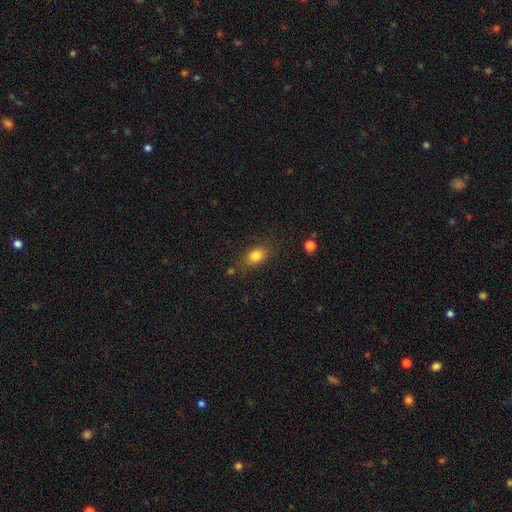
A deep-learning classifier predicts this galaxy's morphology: Smooth or featured? smooth (82%)
How rounded? in between (69%)
Merging? none (74%)